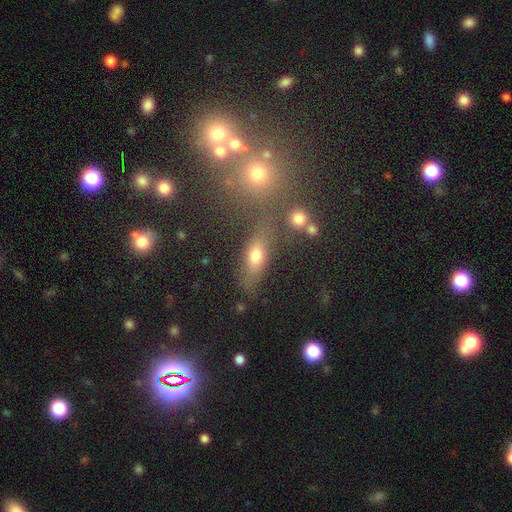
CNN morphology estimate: smooth 68%, featured or disk 17%, star or artifact 14%. Down the decision tree: how rounded — in between (60%); merging — none (65%).